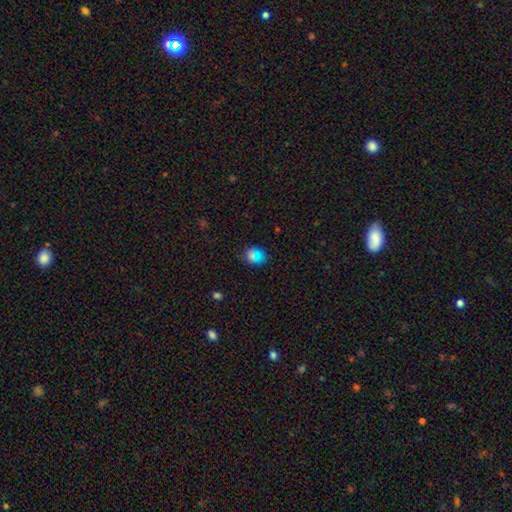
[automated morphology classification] This is likely a smooth galaxy (71%). How rounded: likely round (65%). Merging: clearly none (82%).